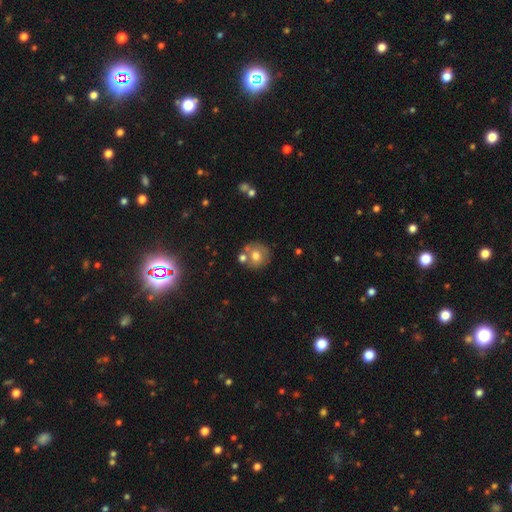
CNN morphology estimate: The model was most divided on "merging": none: 65%, merger: 20%, minor disturbance: 12%, major disturbance: 4%. More confident: how rounded — round (89%); smooth or featured — smooth (68%).